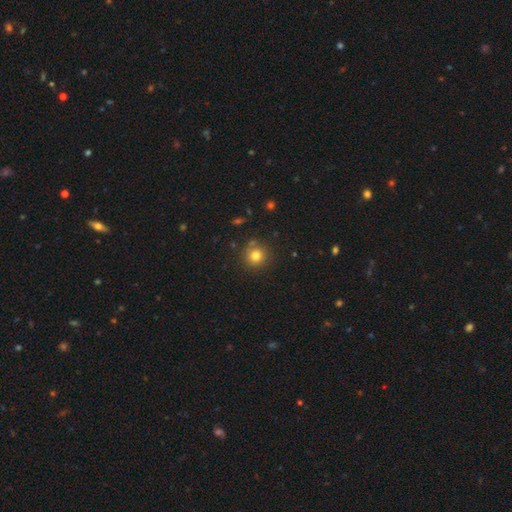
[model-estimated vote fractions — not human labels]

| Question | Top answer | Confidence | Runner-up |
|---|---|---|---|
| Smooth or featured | smooth | 79% | star or artifact (13%) |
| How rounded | round | 93% | in between (6%) |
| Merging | none | 83% | minor disturbance (9%) |